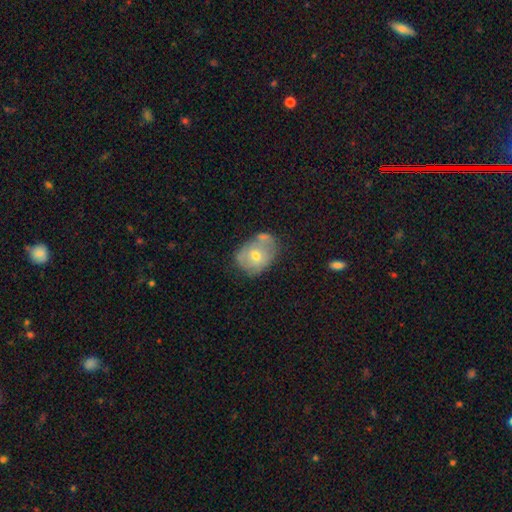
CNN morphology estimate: A smooth galaxy with no disk features (56%) that is in between round and cigar-shaped (55%). Merging: none (40%).